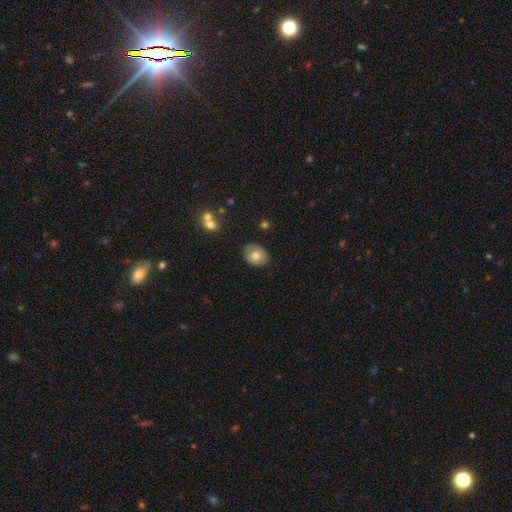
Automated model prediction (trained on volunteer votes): The model was most divided on "how rounded": in between: 57%, round: 42%, cigar-shaped: 1%. More confident: merging — none (81%); smooth or featured — smooth (72%).